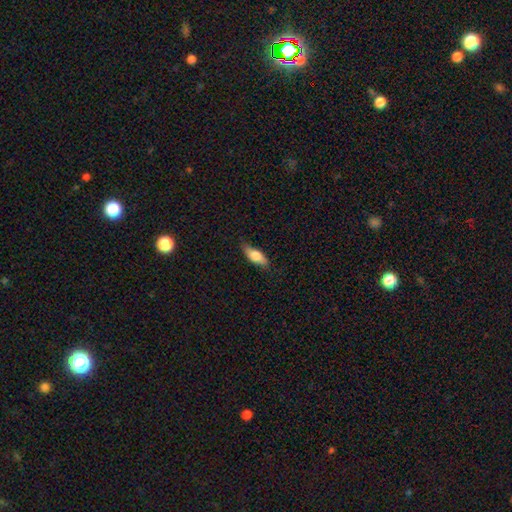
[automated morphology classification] smooth-or-featured: smooth: 73% | featured or disk: 21% | star or artifact: 6%
  how-rounded: in between: 72% | cigar-shaped: 25% | round: 3%
  merging: none: 75% | minor disturbance: 20% | major disturbance: 3% | merger: 1%